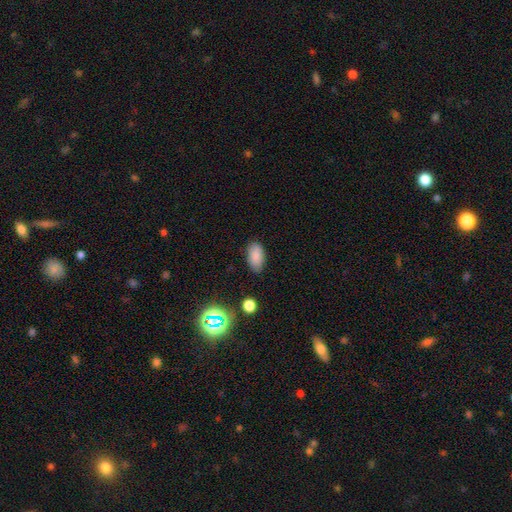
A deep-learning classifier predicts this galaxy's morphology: This appears to be a smooth galaxy with no disk features (84%) that is in between round and cigar-shaped (93%). Merging: none (82%).